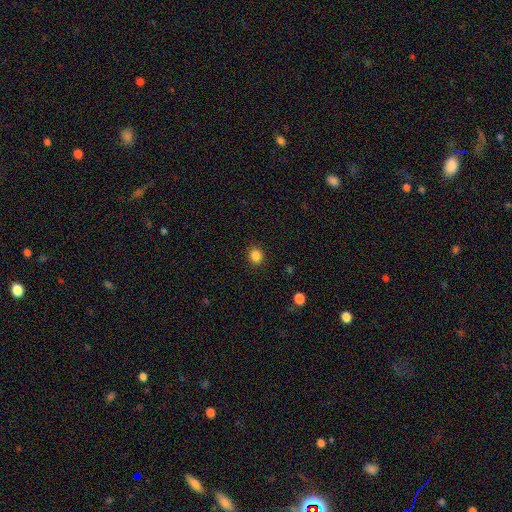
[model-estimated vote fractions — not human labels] smooth 85%, star or artifact 11%, featured or disk 4%. Down the decision tree: how rounded — round (73%); merging — none (90%).